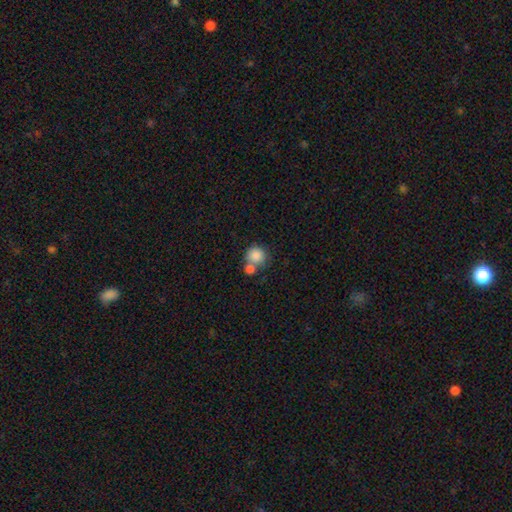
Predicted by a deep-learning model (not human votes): smooth_or_featured: smooth (p=0.85) [alt: star or artifact p=0.09]
how_rounded: round (p=0.89) [alt: in between p=0.10]
merging: none (p=0.52) [alt: merger p=0.36]